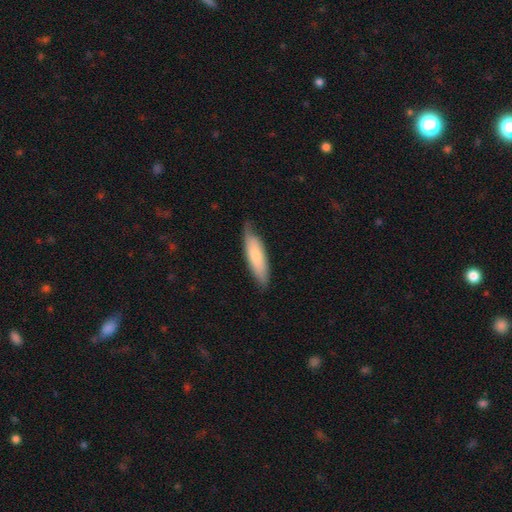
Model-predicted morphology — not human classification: smooth_or_featured: smooth (p=0.68) [alt: featured or disk p=0.27]
how_rounded: cigar-shaped (p=0.59) [alt: in between p=0.39]
merging: none (p=0.71) [alt: minor disturbance p=0.24]